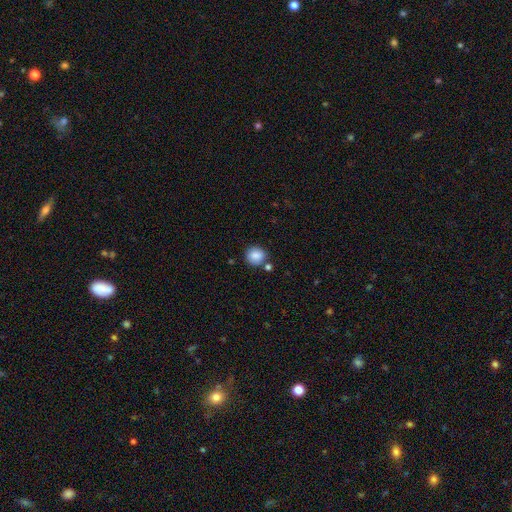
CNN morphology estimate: smooth-or-featured: smooth: 86% | star or artifact: 9% | featured or disk: 5%
  how-rounded: round: 85% | in between: 14% | cigar-shaped: 1%
  merging: none: 76% | minor disturbance: 11% | merger: 10% | major disturbance: 3%